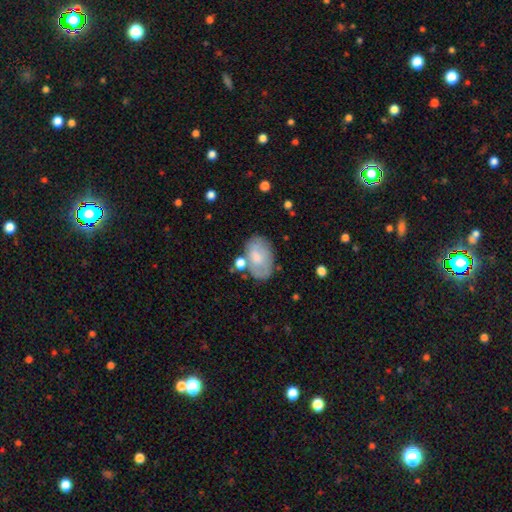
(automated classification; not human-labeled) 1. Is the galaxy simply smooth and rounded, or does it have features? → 62% smooth, 30% featured or disk, 7% star or artifact.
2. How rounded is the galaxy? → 87% in between, 11% round, 1% cigar-shaped.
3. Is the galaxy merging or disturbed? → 60% none, 22% minor disturbance, 10% merger, 8% major disturbance.